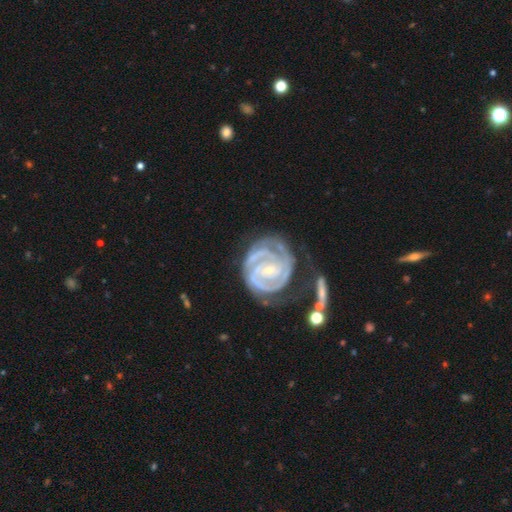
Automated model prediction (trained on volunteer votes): Smooth or featured? Predicted: featured or disk (p=0.90). Edge-on disk? Predicted: no (p=0.98). Bar? Predicted: no (p=0.48). Spiral arms? Predicted: yes (p=0.98). Spiral winding? Predicted: tight (p=0.76). Spiral arm count? Predicted: 2 (p=0.41). Bulge size? Predicted: small (p=0.78). Merging? Predicted: none (p=0.53).